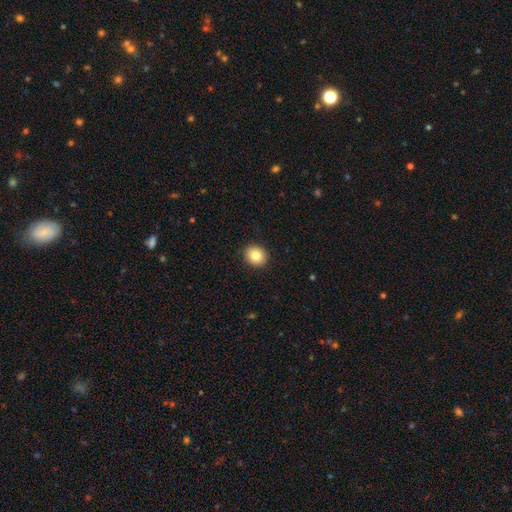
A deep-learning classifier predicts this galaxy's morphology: Overall: smooth (82%). How rounded: round (76%). Merging: none (91%).